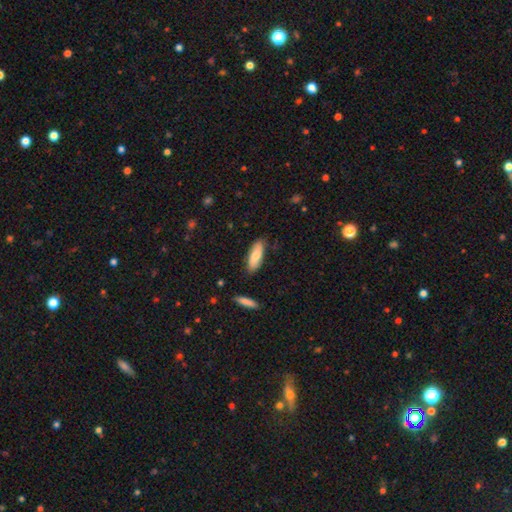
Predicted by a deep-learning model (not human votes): This is likely a smooth galaxy (74%). How rounded: likely in between (66%). Merging: clearly none (82%).